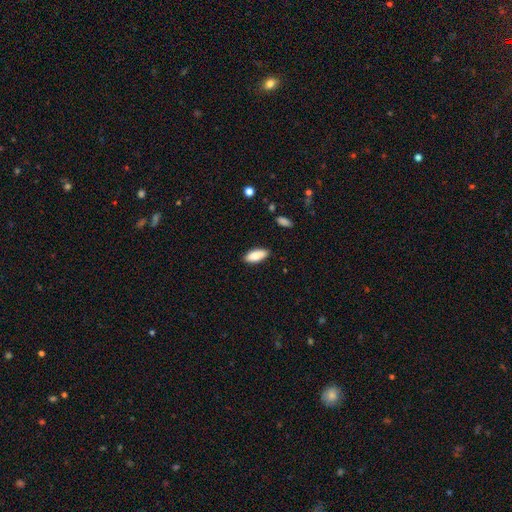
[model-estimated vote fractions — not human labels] Smooth or featured? smooth (84%)
How rounded? in between (81%)
Merging? none (87%)